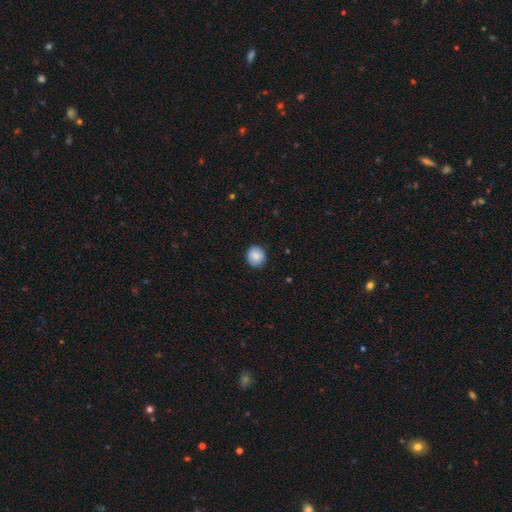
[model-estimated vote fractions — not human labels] smooth 87%, star or artifact 8%, featured or disk 6%. Down the decision tree: how rounded — round (87%); merging — none (88%).